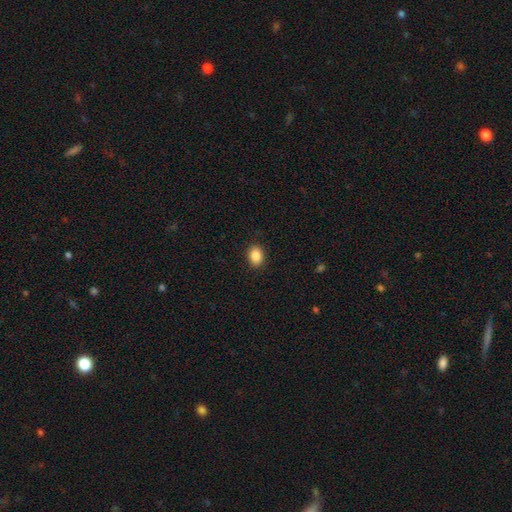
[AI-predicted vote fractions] Smooth or featured?
  - smooth: 88% *
  - star or artifact: 8%
  - featured or disk: 4%
How rounded?
  - in between: 71% *
  - round: 28%
  - cigar-shaped: 1%
Merging?
  - none: 90% *
  - minor disturbance: 7%
  - major disturbance: 2%
  - merger: 1%